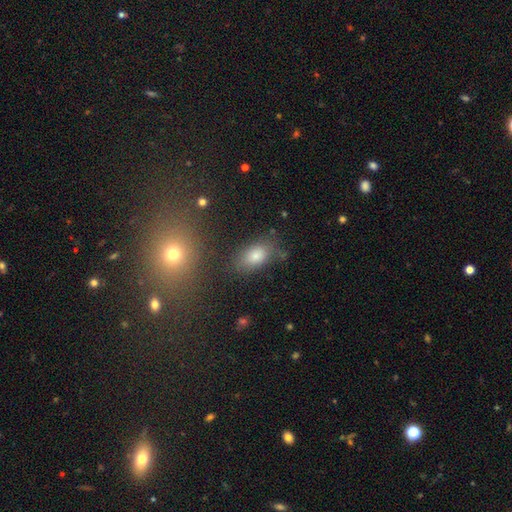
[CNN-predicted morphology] A smooth galaxy with no disk features (79%) that is in between round and cigar-shaped (88%).

Vote fractions:
- Smooth or featured? smooth: 79% / star or artifact: 11% / featured or disk: 10%
- How rounded? in between: 88% / round: 9% / cigar-shaped: 3%
- Merging? none: 69% / minor disturbance: 18% / merger: 7% / major disturbance: 7%